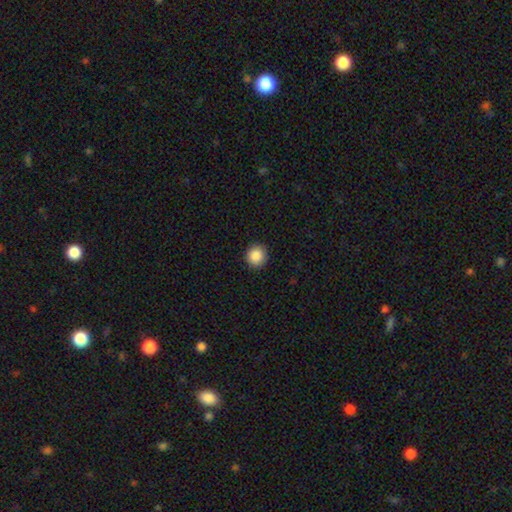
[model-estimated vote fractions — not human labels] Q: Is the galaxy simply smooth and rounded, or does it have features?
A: smooth — 88%.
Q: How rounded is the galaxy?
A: round — 92%.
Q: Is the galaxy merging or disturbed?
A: none — 92%.